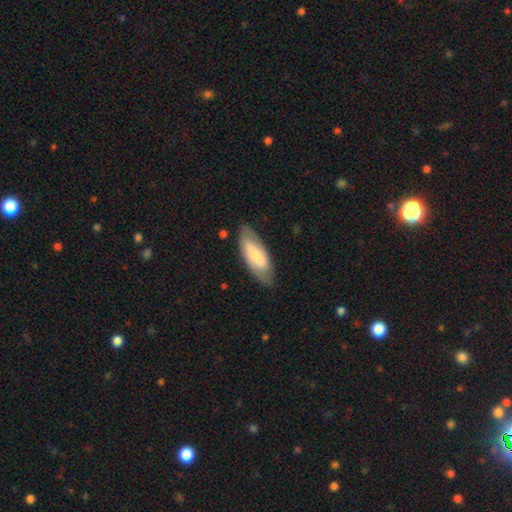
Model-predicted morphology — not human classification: Smooth or featured? smooth (61%)
How rounded? in between (76%)
Merging? none (77%)